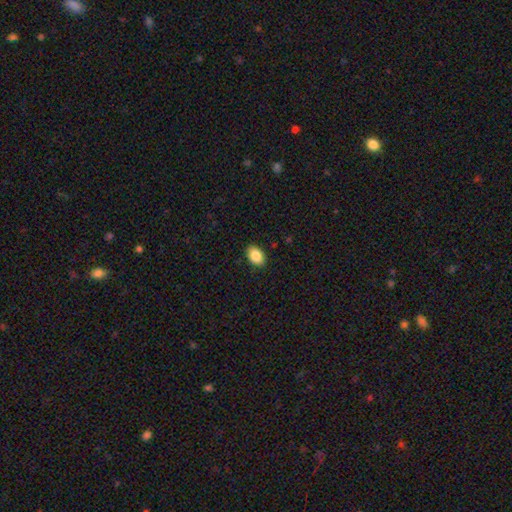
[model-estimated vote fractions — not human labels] This is clearly a smooth galaxy (88%). How rounded: clearly in between (85%). Merging: clearly none (90%).